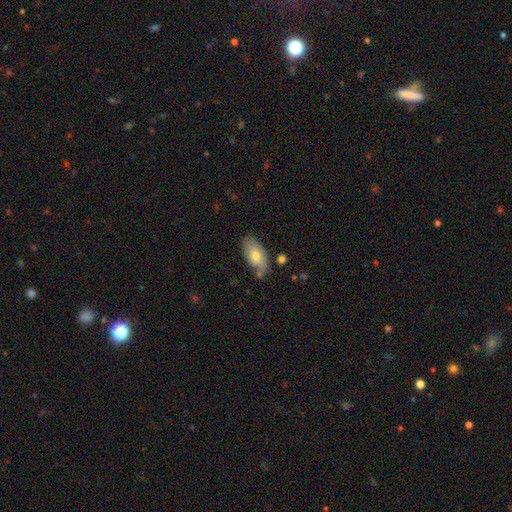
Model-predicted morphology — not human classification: The model was most divided on "merging": none: 68%, minor disturbance: 22%, merger: 5%, major disturbance: 5%. More confident: how rounded — in between (92%); smooth or featured — smooth (70%).